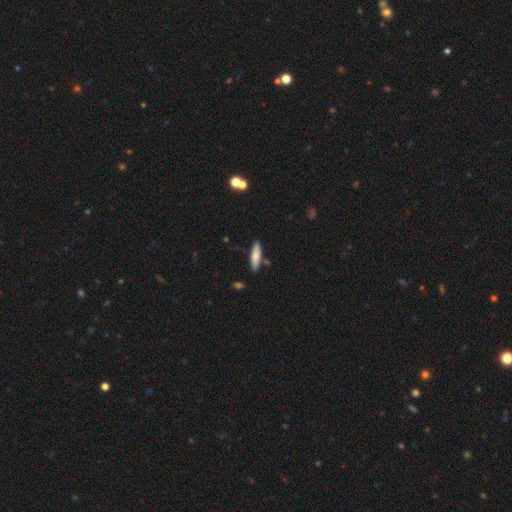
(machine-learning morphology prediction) Smooth or featured?
  - smooth: 79% *
  - featured or disk: 15%
  - star or artifact: 6%
How rounded?
  - cigar-shaped: 62% *
  - in between: 36%
  - round: 2%
Merging?
  - none: 83% *
  - minor disturbance: 11%
  - merger: 4%
  - major disturbance: 2%